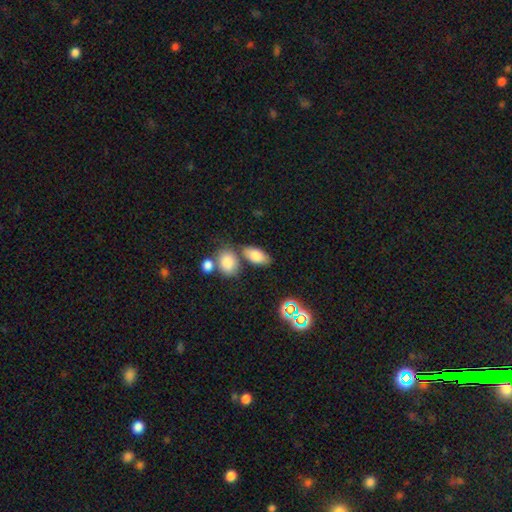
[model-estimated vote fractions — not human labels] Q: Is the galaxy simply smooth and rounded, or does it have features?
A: smooth — 81%.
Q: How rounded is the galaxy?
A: in between — 90%.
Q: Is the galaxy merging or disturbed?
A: none — 64%.